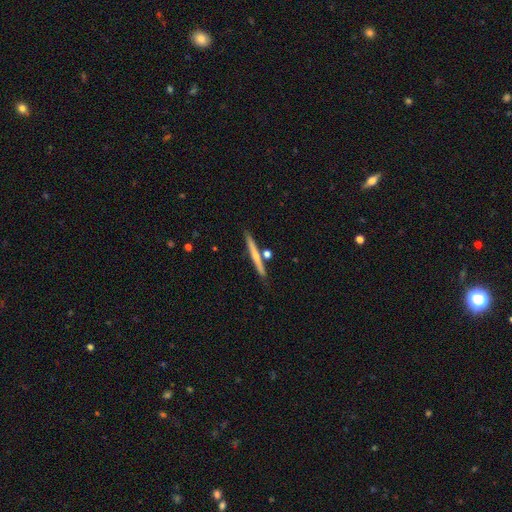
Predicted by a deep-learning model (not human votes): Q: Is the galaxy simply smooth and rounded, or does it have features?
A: featured or disk — 56%.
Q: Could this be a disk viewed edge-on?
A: yes — 97%.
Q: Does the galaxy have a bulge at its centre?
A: rounded — 57%.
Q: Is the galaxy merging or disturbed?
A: none — 83%.